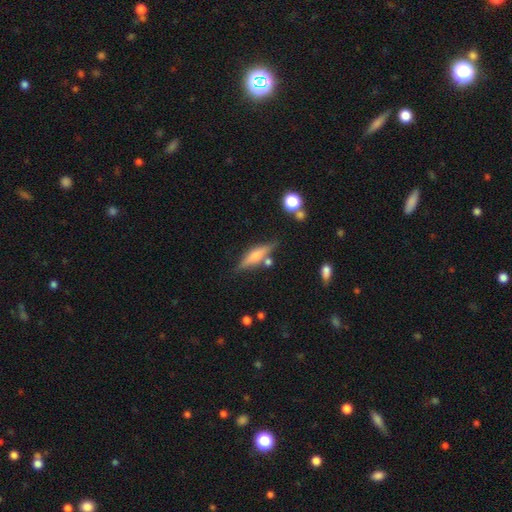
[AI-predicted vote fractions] Overall: featured or disk (48%; smooth 44%). Merging: none (75%).